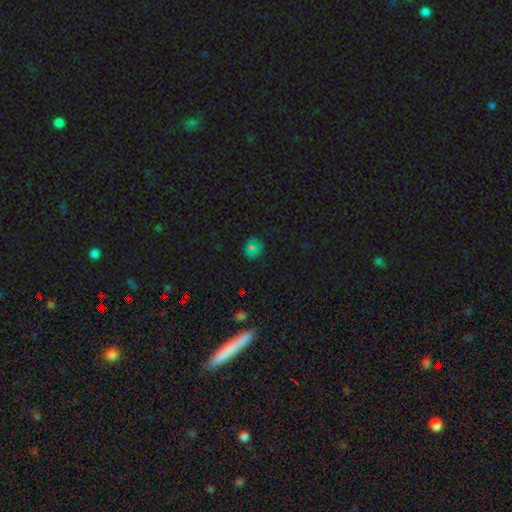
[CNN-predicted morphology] smooth-or-featured: smooth: 63% | star or artifact: 20% | featured or disk: 17%
  how-rounded: round: 85% | in between: 13% | cigar-shaped: 2%
  merging: none: 84% | minor disturbance: 12% | major disturbance: 3% | merger: 2%